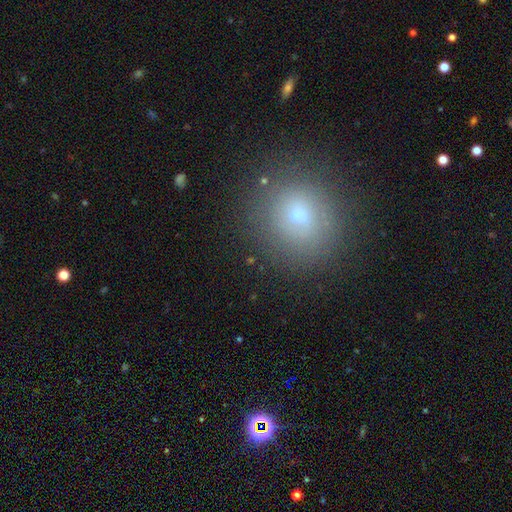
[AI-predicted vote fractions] smooth 63%, star or artifact 25%, featured or disk 12%. Down the decision tree: how rounded — round (88%); merging — none (89%).